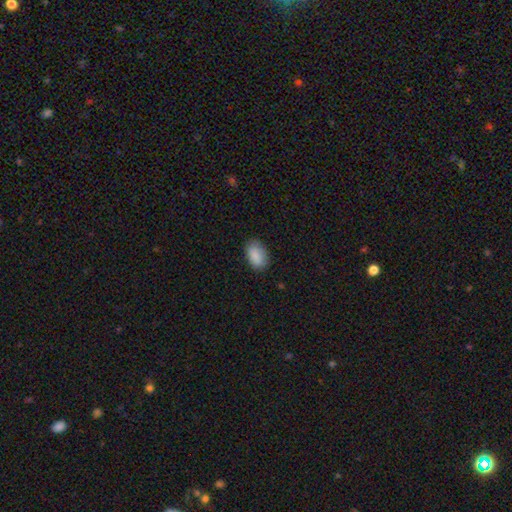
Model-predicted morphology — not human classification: type=smooth (89%); roundness=in between (90%); merging=none (81%).